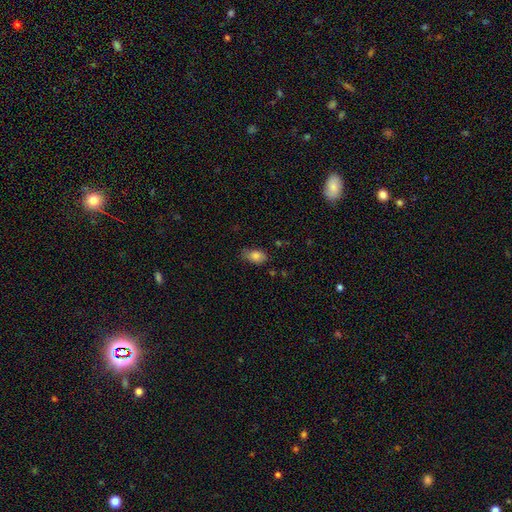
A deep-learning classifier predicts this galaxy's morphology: Q: Smooth or featured?
A: smooth (84%); runner-up: star or artifact (9%)
Q: How rounded?
A: in between (87%); runner-up: round (10%)
Q: Merging?
A: none (67%); runner-up: minor disturbance (26%)